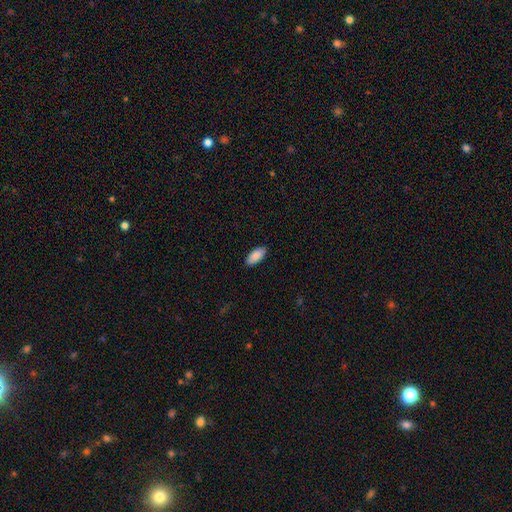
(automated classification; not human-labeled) Overall: smooth (89%). How rounded: in between (92%). Merging: none (88%).